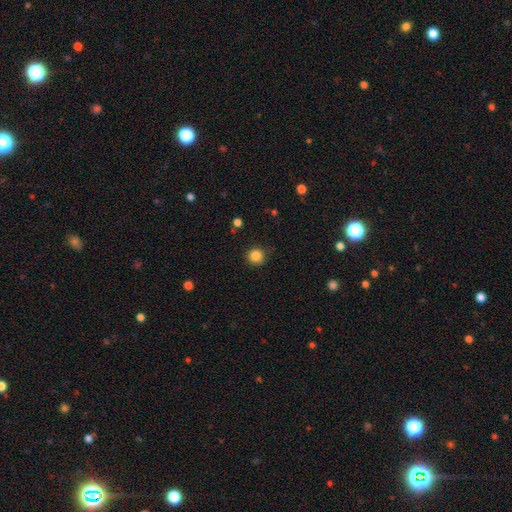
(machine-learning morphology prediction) This is clearly a smooth galaxy (85%). How rounded: clearly round (93%). Merging: clearly none (89%).